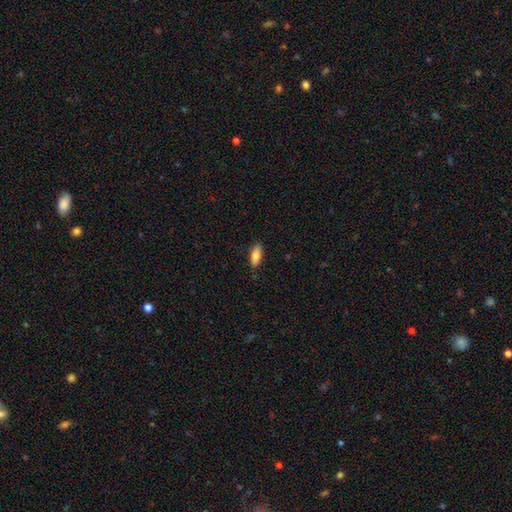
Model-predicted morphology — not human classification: A smooth galaxy with no disk features (80%) that is in between round and cigar-shaped (74%).

Vote fractions:
- Smooth or featured? smooth: 80% / featured or disk: 13% / star or artifact: 6%
- How rounded? in between: 74% / cigar-shaped: 24% / round: 2%
- Merging? none: 86% / minor disturbance: 11% / major disturbance: 2% / merger: 1%